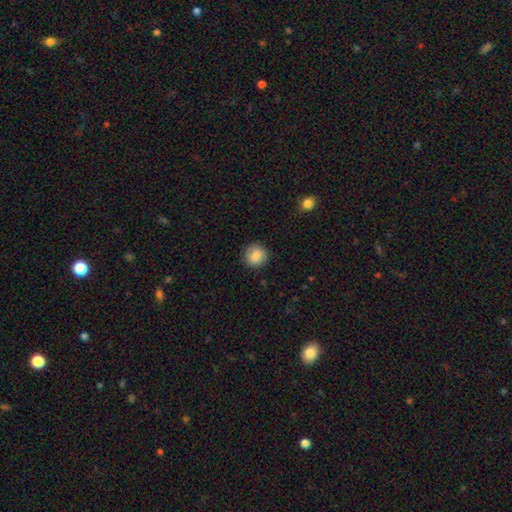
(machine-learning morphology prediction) type=smooth (86%); roundness=round (90%); merging=none (89%).